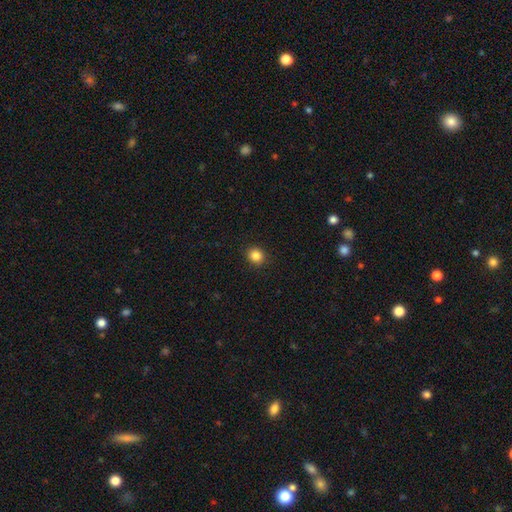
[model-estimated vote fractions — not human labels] Smooth or featured?
  - smooth: 86% *
  - star or artifact: 11%
  - featured or disk: 4%
How rounded?
  - round: 83% *
  - in between: 16%
  - cigar-shaped: 1%
Merging?
  - none: 91% *
  - minor disturbance: 6%
  - major disturbance: 2%
  - merger: 1%